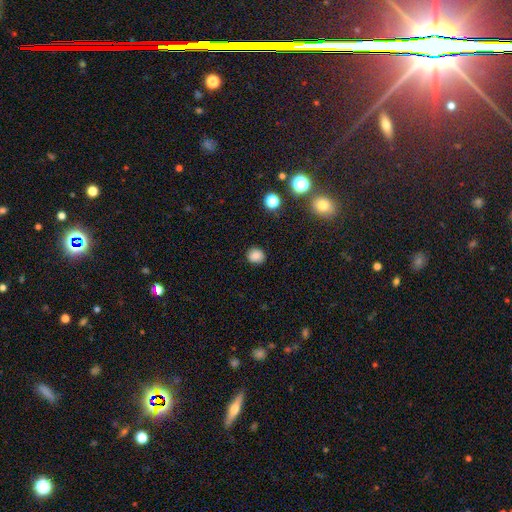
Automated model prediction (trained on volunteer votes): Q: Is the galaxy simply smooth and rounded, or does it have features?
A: smooth — 83%.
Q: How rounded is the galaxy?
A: round — 84%.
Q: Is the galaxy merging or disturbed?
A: none — 88%.